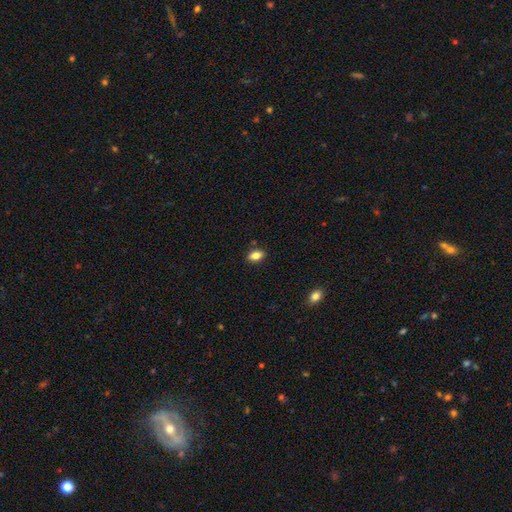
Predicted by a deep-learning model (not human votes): Smooth or featured? Predicted: smooth (p=0.81). How rounded? Predicted: in between (p=0.85). Merging? Predicted: none (p=0.85).